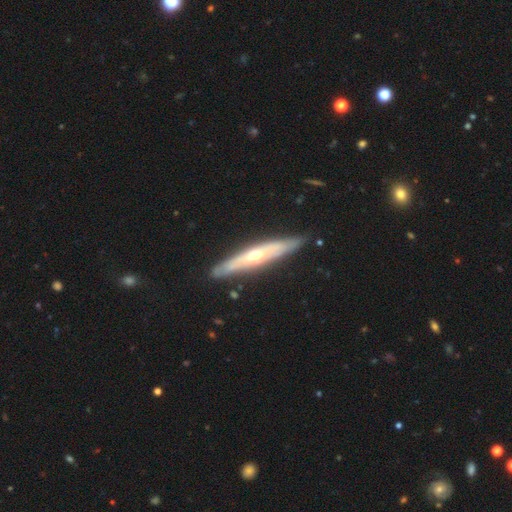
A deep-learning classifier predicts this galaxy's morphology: Smooth or featured?
  - featured or disk: 69% *
  - smooth: 26%
  - star or artifact: 5%
Edge-on disk?
  - yes: 83% *
  - no: 17%
Edge-on bulge?
  - rounded: 85% *
  - none: 12%
  - boxy: 3%
Merging?
  - none: 86% *
  - minor disturbance: 11%
  - major disturbance: 2%
  - merger: 1%